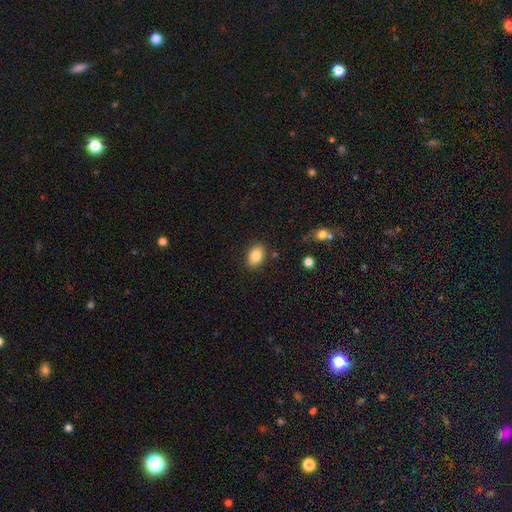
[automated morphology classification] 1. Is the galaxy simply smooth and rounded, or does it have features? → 83% smooth, 9% featured or disk, 8% star or artifact.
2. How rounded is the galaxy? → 80% in between, 19% round, 1% cigar-shaped.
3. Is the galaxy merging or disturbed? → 86% none, 10% minor disturbance, 2% major disturbance, 2% merger.